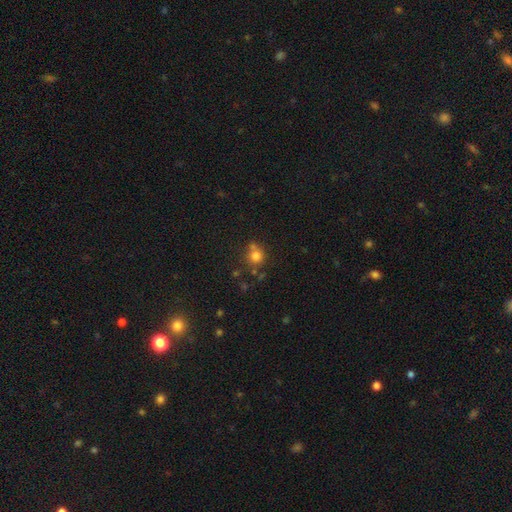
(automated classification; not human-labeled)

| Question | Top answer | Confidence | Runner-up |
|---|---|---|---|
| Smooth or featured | smooth | 77% | star or artifact (14%) |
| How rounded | round | 86% | in between (13%) |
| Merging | none | 60% | merger (21%) |